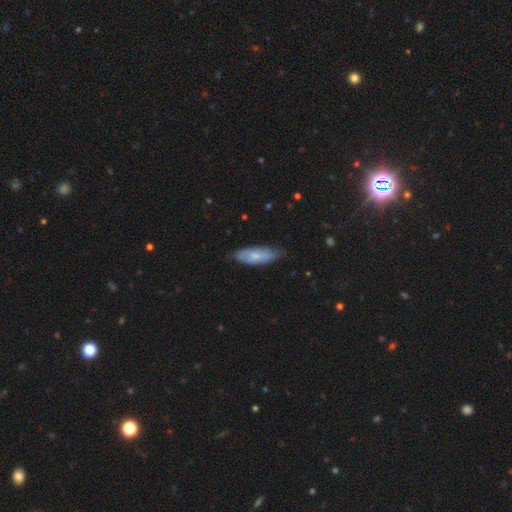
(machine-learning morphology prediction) A smooth galaxy with no disk features (59%) that is in between round and cigar-shaped (63%). Merging: none (70%).